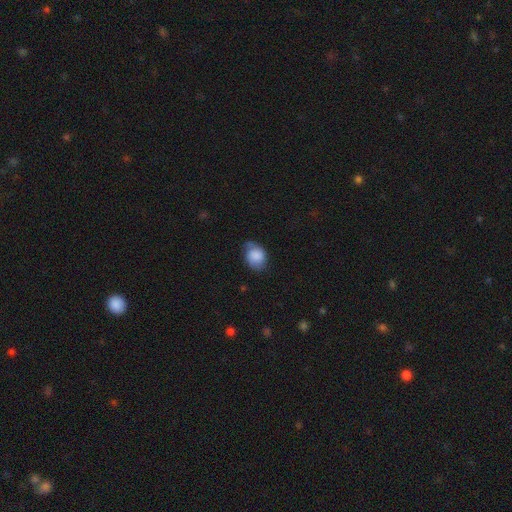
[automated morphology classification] This is likely a smooth galaxy (77%). How rounded: possibly in between (55%). Merging: possibly none (56%).